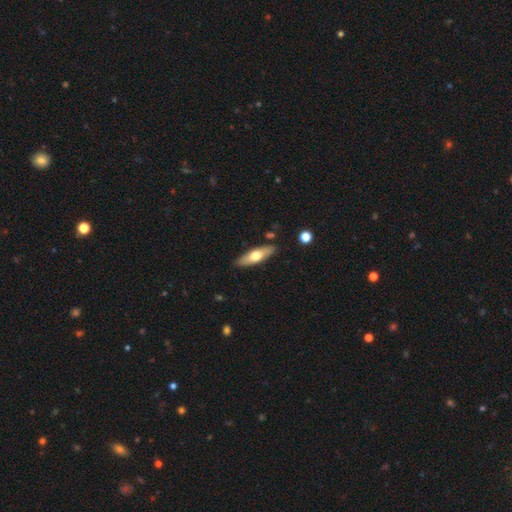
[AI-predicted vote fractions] Overall: smooth (56%; featured or disk 39%). How rounded: cigar-shaped (53%; in between 45%). Merging: none (87%).